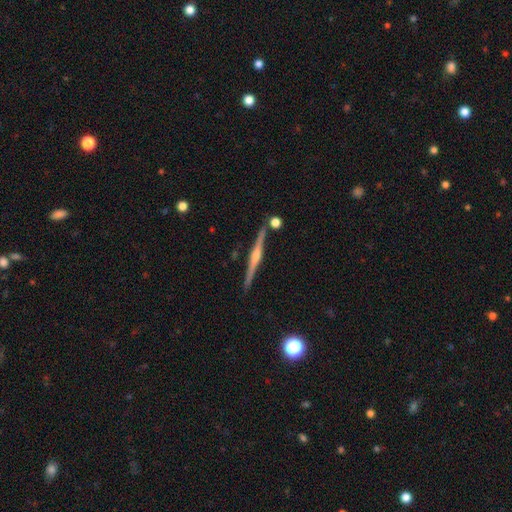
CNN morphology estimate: The model was most divided on "edge-on bulge": rounded: 83%, boxy: 10%, none: 7%. More confident: edge-on disk — yes (99%); merging — none (90%); smooth or featured — featured or disk (85%).